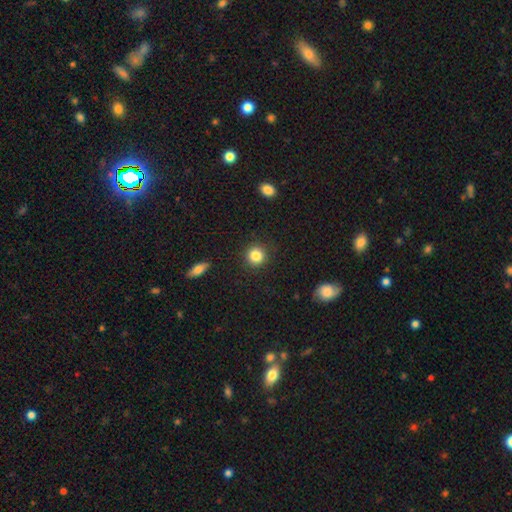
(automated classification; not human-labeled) The model was most divided on "smooth or featured": smooth: 85%, star or artifact: 10%, featured or disk: 5%. More confident: how rounded — round (92%); merging — none (90%).